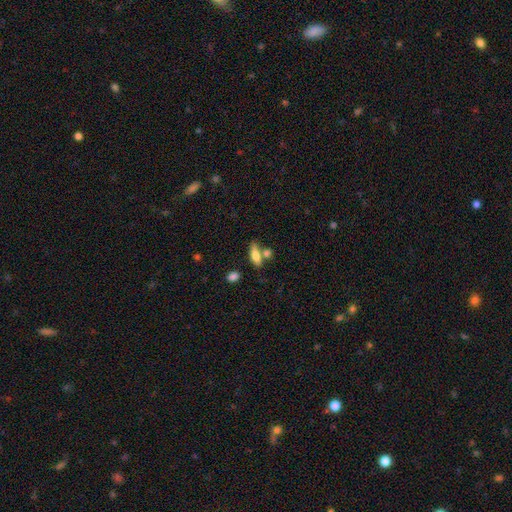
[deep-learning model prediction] This appears to be a smooth galaxy with no disk features (72%) that is in between round and cigar-shaped (60%). Merging: none (55%).